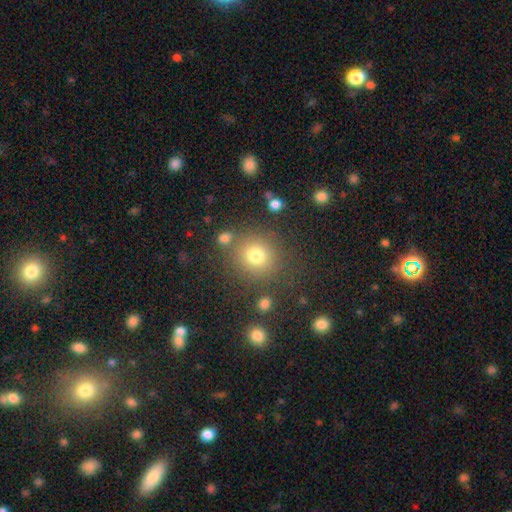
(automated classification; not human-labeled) Smooth or featured?
  - smooth: 76% *
  - star or artifact: 15%
  - featured or disk: 9%
How rounded?
  - round: 86% *
  - in between: 13%
  - cigar-shaped: 1%
Merging?
  - none: 79% *
  - minor disturbance: 10%
  - merger: 7%
  - major disturbance: 4%